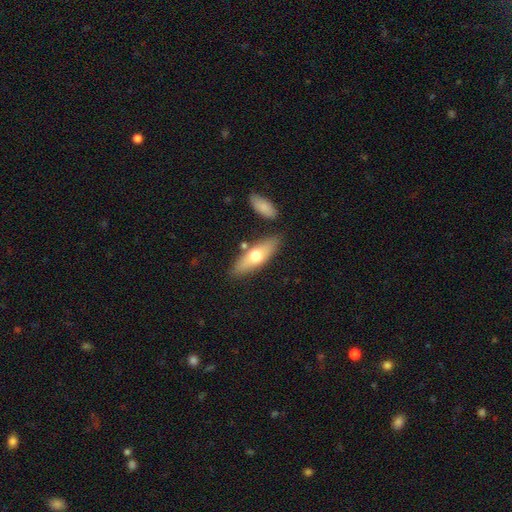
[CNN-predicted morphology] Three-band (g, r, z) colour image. It shows a smooth galaxy with no disk features (58%) that is in between round and cigar-shaped (54%). Merging: none (79%).